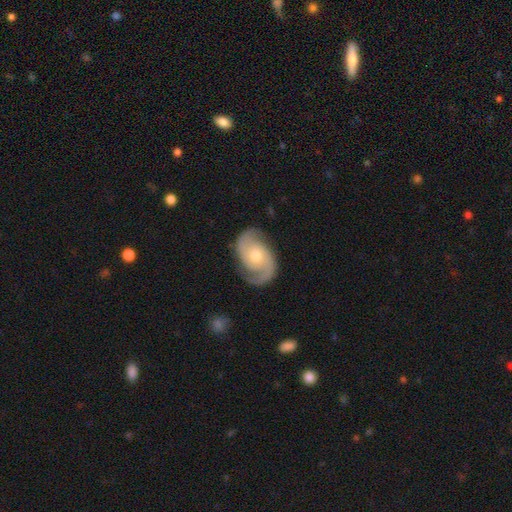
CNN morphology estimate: Smooth or featured? featured or disk (89%)
Edge-on disk? no (97%)
Bar? no (69%)
Spiral arms? yes (97%)
Spiral winding? medium (51%)
Spiral arm count? 2 (93%)
Bulge size? moderate (56%)
Merging? none (81%)